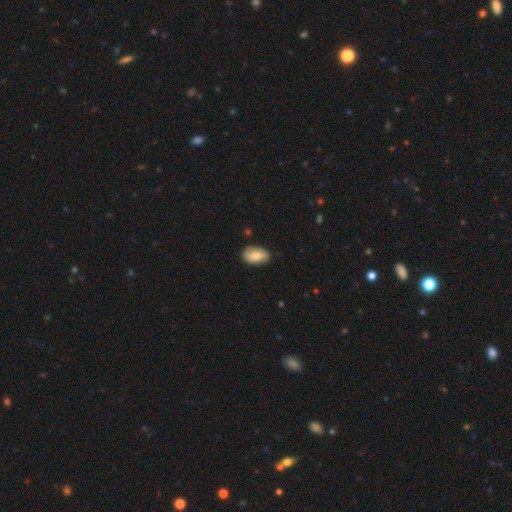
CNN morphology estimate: smooth-or-featured: smooth: 80% | featured or disk: 14% | star or artifact: 6%
  how-rounded: in between: 93% | round: 5% | cigar-shaped: 2%
  merging: none: 79% | minor disturbance: 17% | major disturbance: 3% | merger: 2%